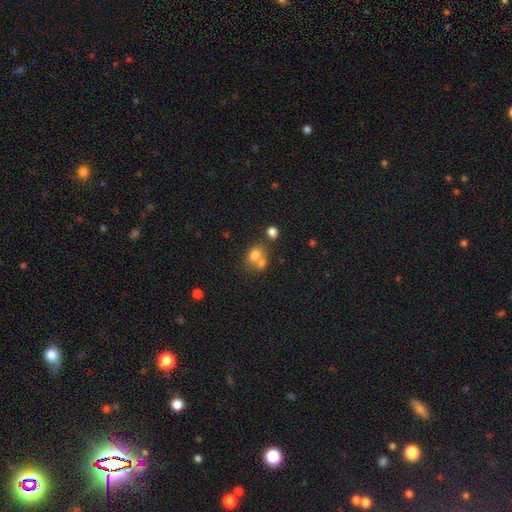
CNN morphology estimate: This is likely a smooth galaxy (73%). How rounded: possibly round (60%). Merging: possibly merger (47%).